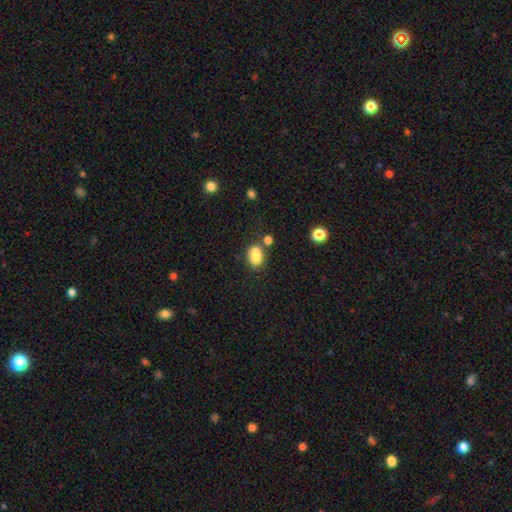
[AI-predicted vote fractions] smooth 77%, featured or disk 13%, star or artifact 10%. Down the decision tree: how rounded — in between (60%); merging — merger (41%, tied with none).